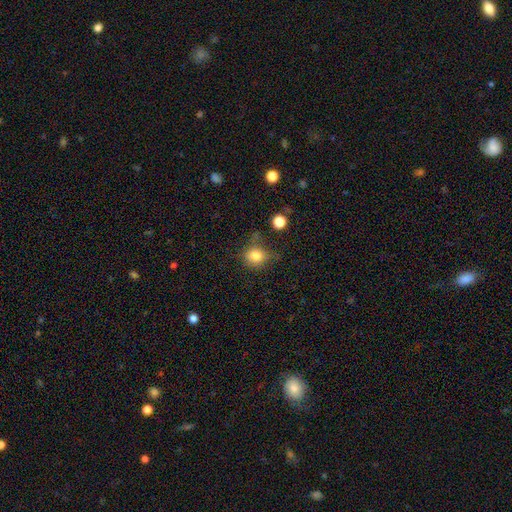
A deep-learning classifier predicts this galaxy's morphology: The model was most divided on "merging": none: 60%, minor disturbance: 25%, major disturbance: 9%, merger: 7%. More confident: smooth or featured — smooth (81%); how rounded — round (73%).